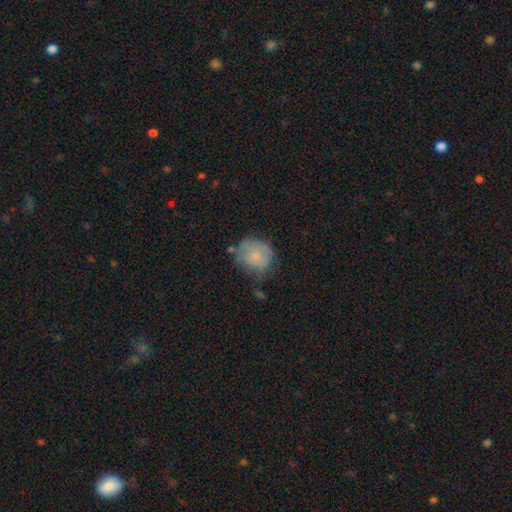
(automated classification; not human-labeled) A smooth galaxy with no disk features (73%) that is round (74%). Merging: none (53%).